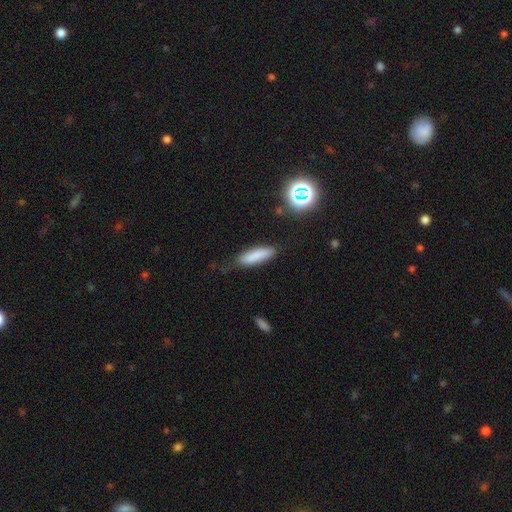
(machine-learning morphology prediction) Smooth or featured? Predicted: smooth (p=0.82). How rounded? Predicted: cigar-shaped (p=0.56). Merging? Predicted: none (p=0.68).